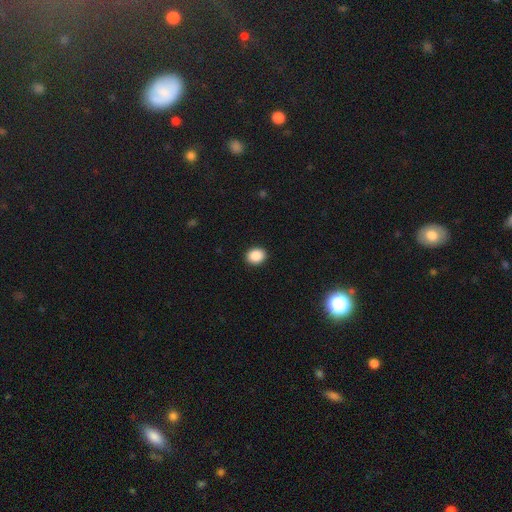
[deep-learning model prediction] Smooth or featured? Predicted: smooth (p=0.89). How rounded? Predicted: round (p=0.54). Merging? Predicted: none (p=0.91).